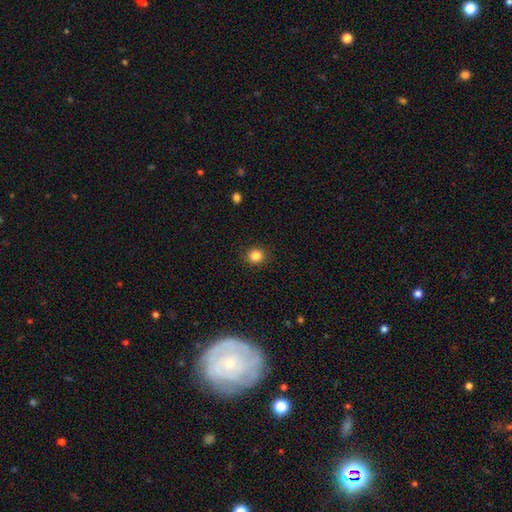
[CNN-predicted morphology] A smooth galaxy with no disk features (84%) that is round (85%).

Vote fractions:
- Smooth or featured? smooth: 84% / star or artifact: 11% / featured or disk: 5%
- How rounded? round: 85% / in between: 14% / cigar-shaped: 1%
- Merging? none: 91% / minor disturbance: 6% / major disturbance: 2% / merger: 1%